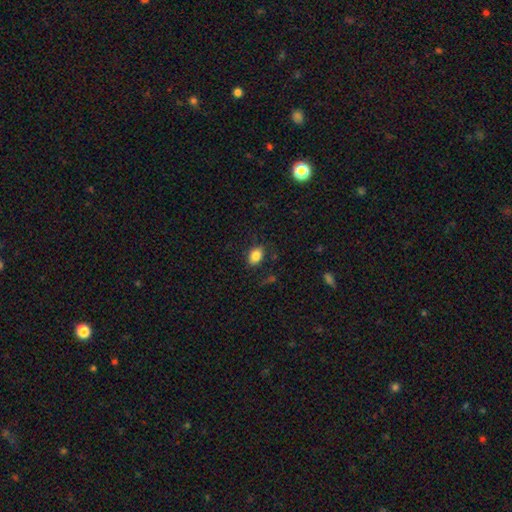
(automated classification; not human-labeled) Smooth or featured: smooth — 85% (star or artifact — 9%)
How rounded: in between — 81% (round — 18%)
Merging: none — 83% (minor disturbance — 12%)